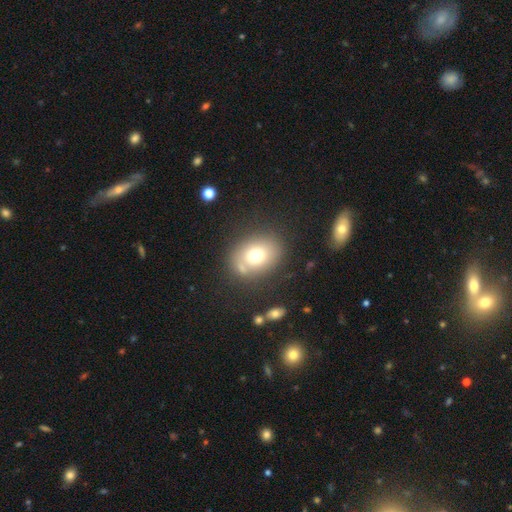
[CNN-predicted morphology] This appears to be a smooth galaxy with no disk features (71%) that is in between round and cigar-shaped (58%). Merging: none (71%).